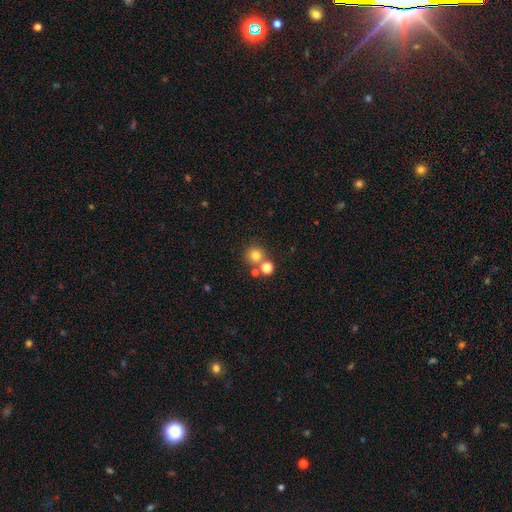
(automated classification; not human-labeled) smooth 77%, star or artifact 16%, featured or disk 8%. Down the decision tree: how rounded — round (92%); merging — none (68%).